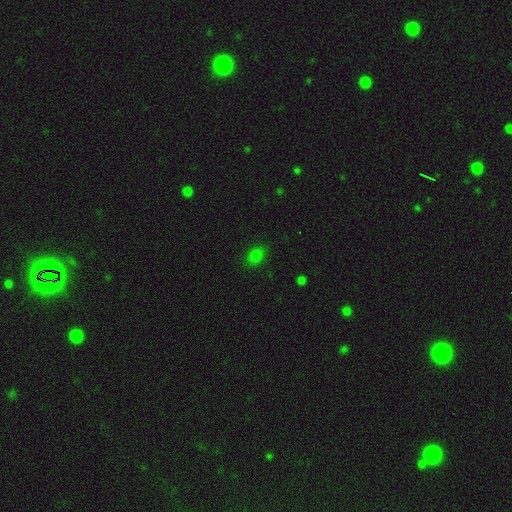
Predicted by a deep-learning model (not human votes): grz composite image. It shows a smooth galaxy with no disk features (78%) that is in between round and cigar-shaped (67%). Merging: none (84%).